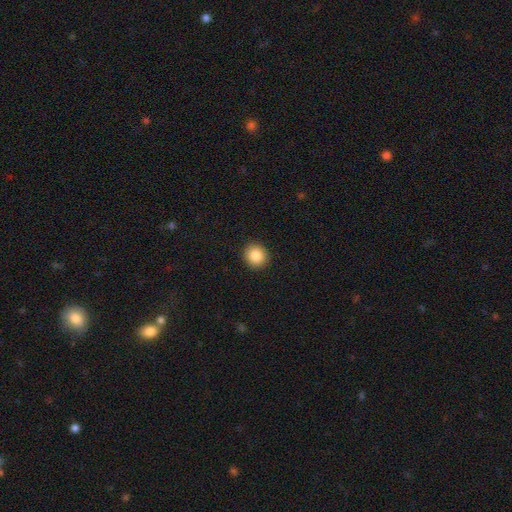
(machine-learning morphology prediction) Smooth or featured?
  - smooth: 87% *
  - star or artifact: 9%
  - featured or disk: 4%
How rounded?
  - round: 90% *
  - in between: 9%
  - cigar-shaped: 1%
Merging?
  - none: 92% *
  - minor disturbance: 5%
  - major disturbance: 2%
  - merger: 1%